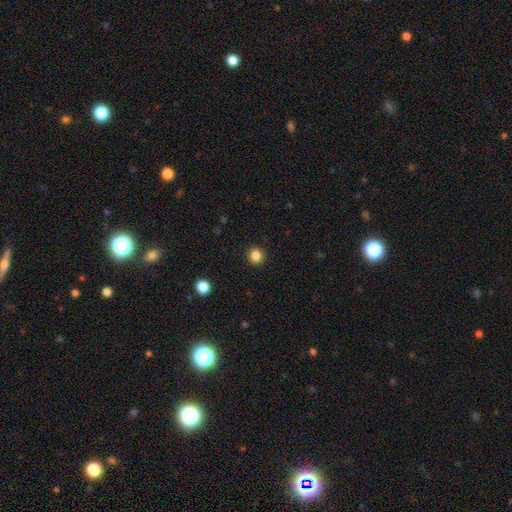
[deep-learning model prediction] This appears to be a smooth galaxy with no disk features (85%) that is round (88%). Merging: none (92%).